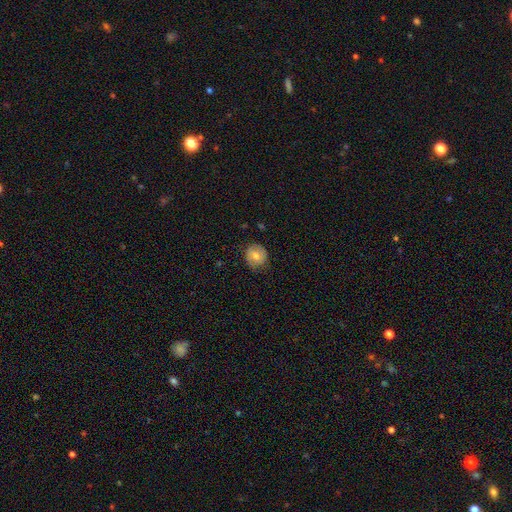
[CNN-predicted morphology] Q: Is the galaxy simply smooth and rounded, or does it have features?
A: smooth — 67%.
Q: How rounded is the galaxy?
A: round — 76%.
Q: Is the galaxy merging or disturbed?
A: none — 75%.